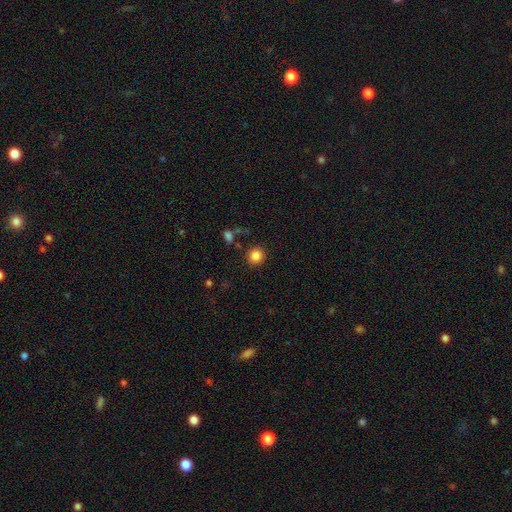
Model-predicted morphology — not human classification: Smooth or featured?
  - smooth: 85% *
  - star or artifact: 11%
  - featured or disk: 4%
How rounded?
  - round: 90% *
  - in between: 9%
  - cigar-shaped: 1%
Merging?
  - none: 86% *
  - minor disturbance: 8%
  - merger: 3%
  - major disturbance: 3%